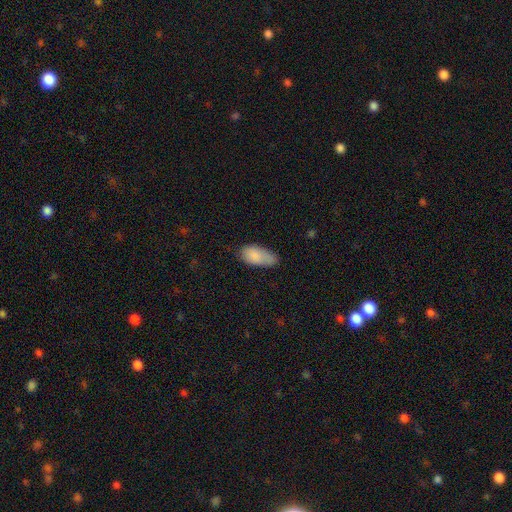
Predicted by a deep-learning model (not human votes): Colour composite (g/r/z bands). It shows a smooth galaxy with no disk features (85%) that is in between round and cigar-shaped (92%). Merging: none (51%).